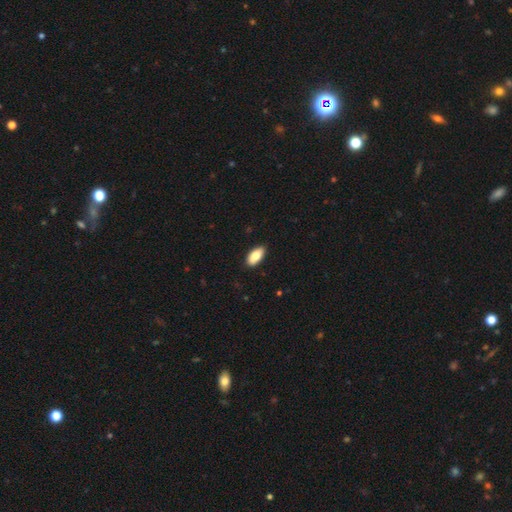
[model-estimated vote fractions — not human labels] Smooth or featured? Predicted: smooth (p=0.79). How rounded? Predicted: in between (p=0.92). Merging? Predicted: none (p=0.88).